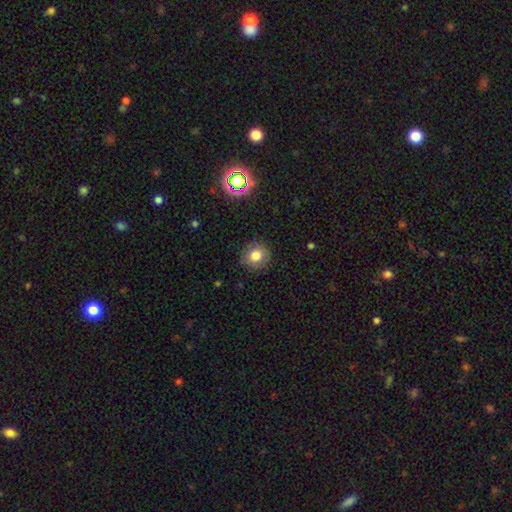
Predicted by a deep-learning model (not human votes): smooth 78%, star or artifact 13%, featured or disk 10%. Down the decision tree: how rounded — round (87%); merging — none (86%).